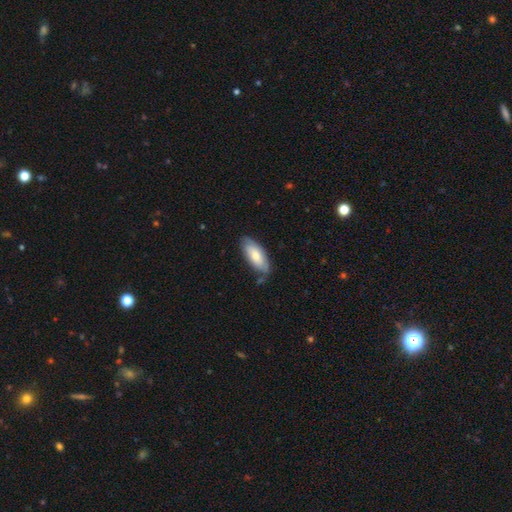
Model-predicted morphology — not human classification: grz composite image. It shows a smooth galaxy with no disk features (75%) that is in between round and cigar-shaped (81%). Merging: none (73%).